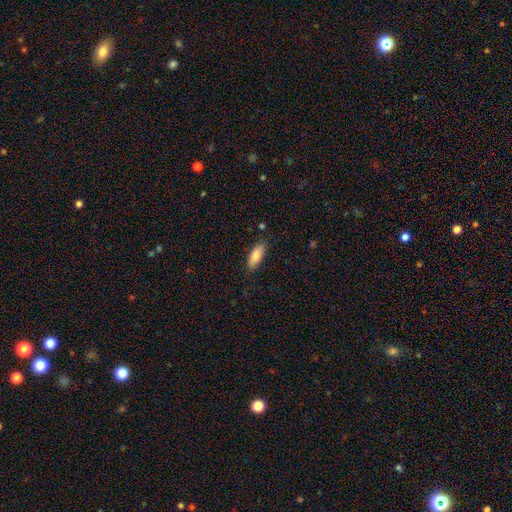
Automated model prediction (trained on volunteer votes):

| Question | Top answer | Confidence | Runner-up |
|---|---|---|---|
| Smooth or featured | smooth | 86% | featured or disk (8%) |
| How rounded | in between | 78% | cigar-shaped (21%) |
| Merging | none | 82% | minor disturbance (13%) |